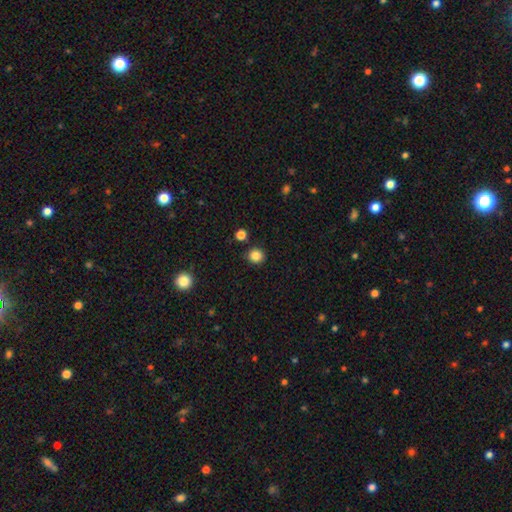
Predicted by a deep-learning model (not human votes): Smooth or featured?
  - smooth: 85% *
  - star or artifact: 11%
  - featured or disk: 4%
How rounded?
  - round: 91% *
  - in between: 8%
  - cigar-shaped: 1%
Merging?
  - none: 88% *
  - minor disturbance: 7%
  - merger: 3%
  - major disturbance: 2%